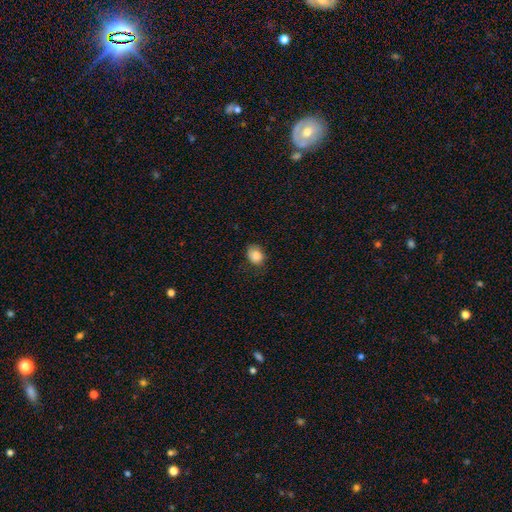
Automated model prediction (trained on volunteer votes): smooth 85%, star or artifact 9%, featured or disk 6%. Down the decision tree: how rounded — in between (52%); merging — none (69%).